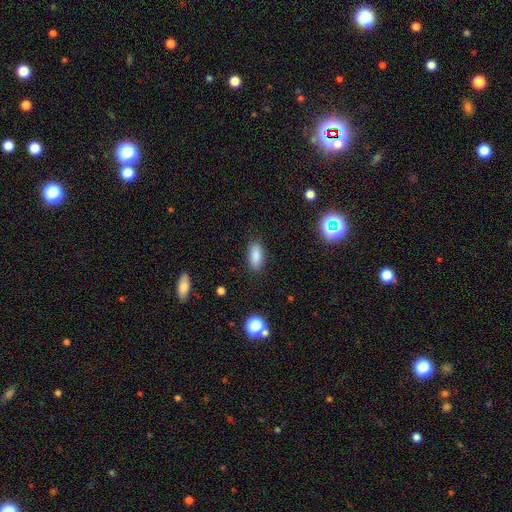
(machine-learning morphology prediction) Smooth or featured? smooth (86%)
How rounded? in between (84%)
Merging? none (87%)